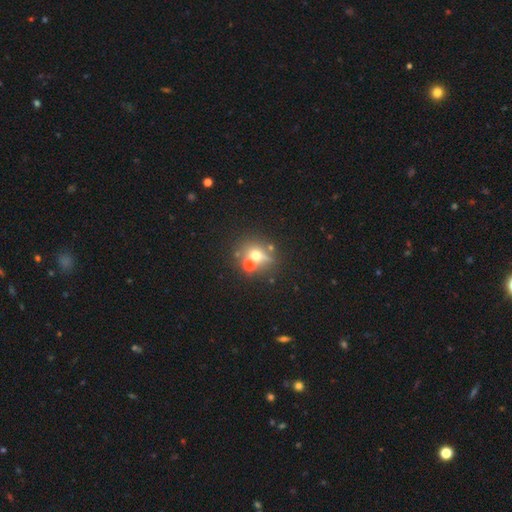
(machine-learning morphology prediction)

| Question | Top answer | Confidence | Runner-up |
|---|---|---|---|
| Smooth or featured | smooth | 55% | featured or disk (26%) |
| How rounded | round | 74% | in between (23%) |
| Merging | none | 53% | merger (30%) |